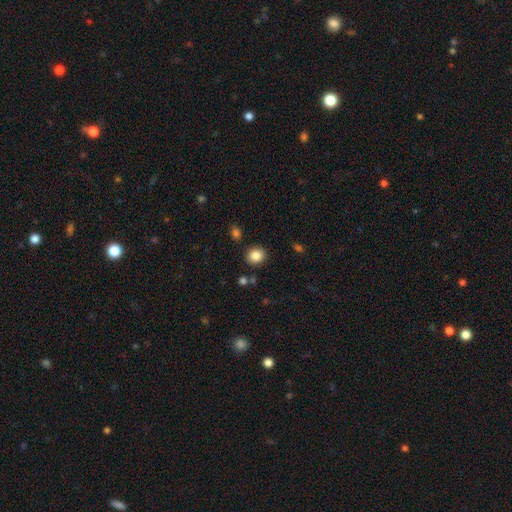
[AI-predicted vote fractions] A smooth galaxy with no disk features (85%) that is round (76%). Merging: none (87%).